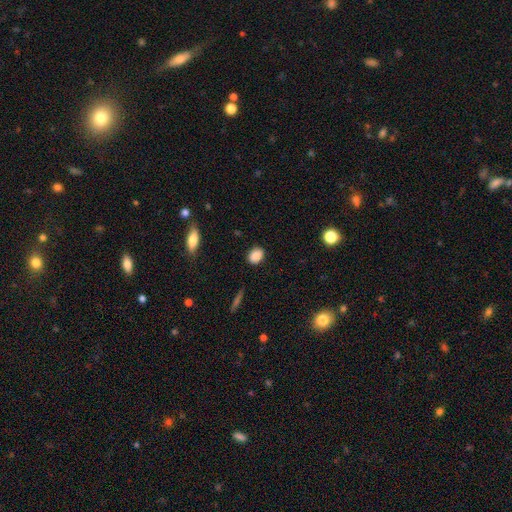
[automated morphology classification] A smooth galaxy with no disk features (88%) that is in between round and cigar-shaped (59%). Merging: none (87%).